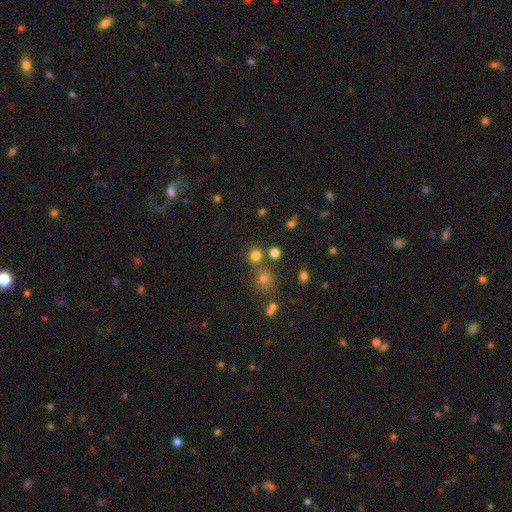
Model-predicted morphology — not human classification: The model was most divided on "merging": none: 73%, merger: 15%, minor disturbance: 8%, major disturbance: 4%. More confident: how rounded — round (86%); smooth or featured — smooth (76%).